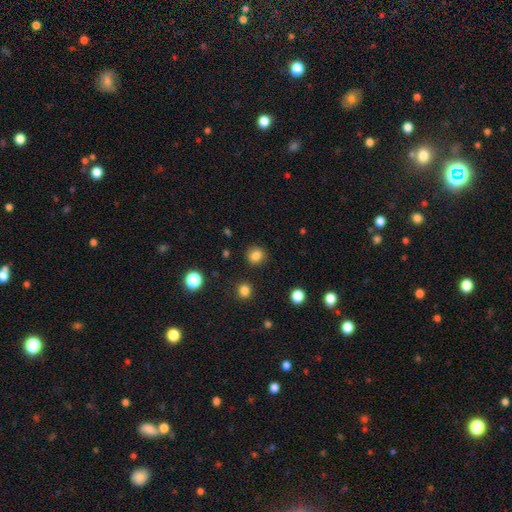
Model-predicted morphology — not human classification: Smooth or featured?
  - smooth: 83% *
  - star or artifact: 12%
  - featured or disk: 5%
How rounded?
  - round: 84% *
  - in between: 15%
  - cigar-shaped: 1%
Merging?
  - none: 89% *
  - minor disturbance: 7%
  - major disturbance: 2%
  - merger: 2%